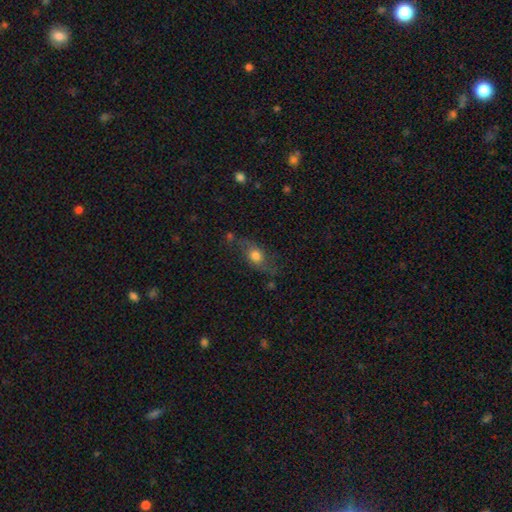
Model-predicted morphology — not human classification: smooth 52%, featured or disk 36%, star or artifact 12%. Down the decision tree: how rounded — in between (58%); merging — none (59%).